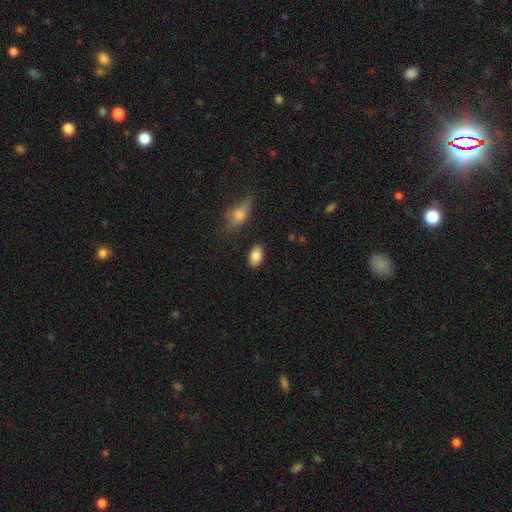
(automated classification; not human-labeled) Q: Smooth or featured?
A: smooth (86%); runner-up: star or artifact (7%)
Q: How rounded?
A: in between (90%); runner-up: round (7%)
Q: Merging?
A: none (86%); runner-up: minor disturbance (9%)